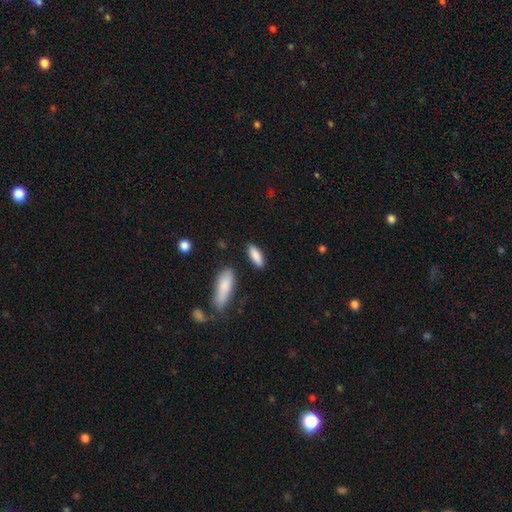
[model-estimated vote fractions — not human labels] Smooth or featured? Predicted: smooth (p=0.88). How rounded? Predicted: in between (p=0.65). Merging? Predicted: none (p=0.85).